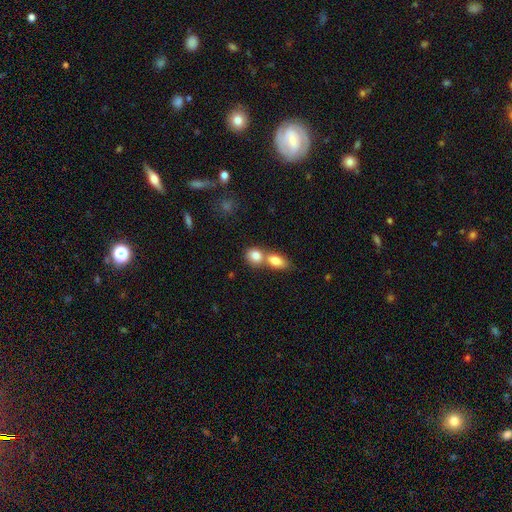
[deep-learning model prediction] smooth-or-featured: smooth: 82% | featured or disk: 10% | star or artifact: 8%
  how-rounded: in between: 51% | round: 46% | cigar-shaped: 3%
  merging: merger: 59% | none: 31% | minor disturbance: 7% | major disturbance: 3%